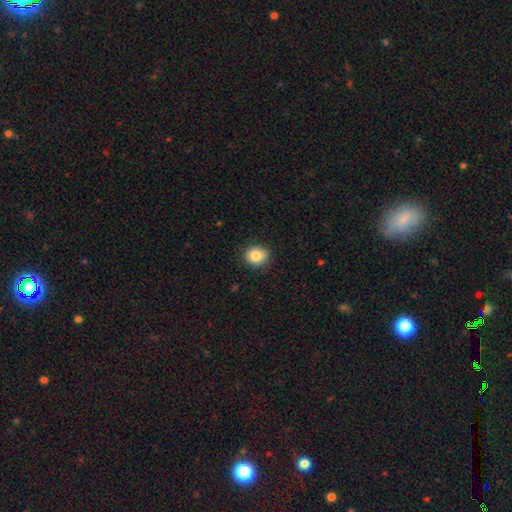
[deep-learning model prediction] A smooth galaxy with no disk features (85%) that is round (78%).

Vote fractions:
- Smooth or featured? smooth: 85% / star or artifact: 9% / featured or disk: 6%
- How rounded? round: 78% / in between: 21% / cigar-shaped: 1%
- Merging? none: 88% / minor disturbance: 9% / major disturbance: 2% / merger: 1%